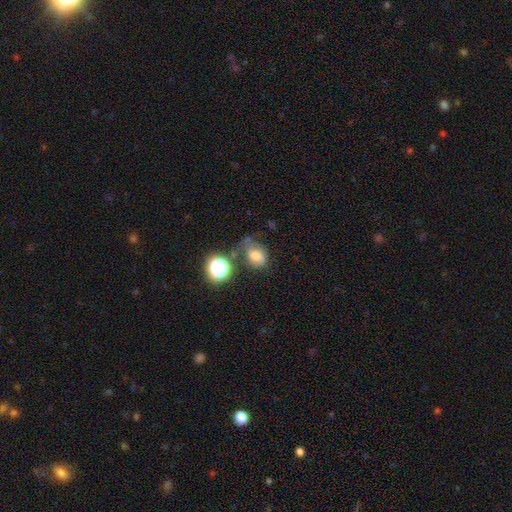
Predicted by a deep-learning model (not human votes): smooth-or-featured: smooth: 68% | star or artifact: 17% | featured or disk: 16%
  how-rounded: in between: 59% | round: 40% | cigar-shaped: 1%
  merging: none: 44% | minor disturbance: 29% | major disturbance: 17% | merger: 10%